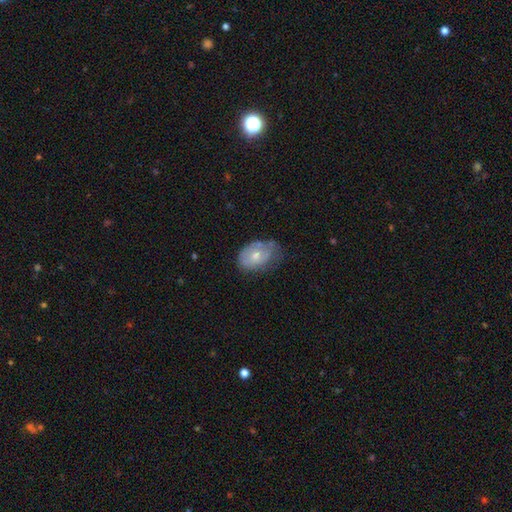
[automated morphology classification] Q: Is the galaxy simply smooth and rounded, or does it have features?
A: smooth — 54%.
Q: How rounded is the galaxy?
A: in between — 83%.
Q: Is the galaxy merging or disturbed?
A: none — 44%.